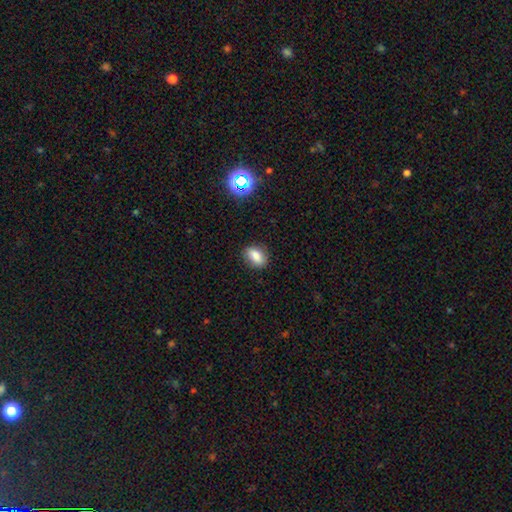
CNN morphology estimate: A smooth galaxy with no disk features (80%) that is in between round and cigar-shaped (73%).

Vote fractions:
- Smooth or featured? smooth: 80% / star or artifact: 11% / featured or disk: 8%
- How rounded? in between: 73% / round: 24% / cigar-shaped: 3%
- Merging? none: 84% / minor disturbance: 12% / major disturbance: 3% / merger: 1%